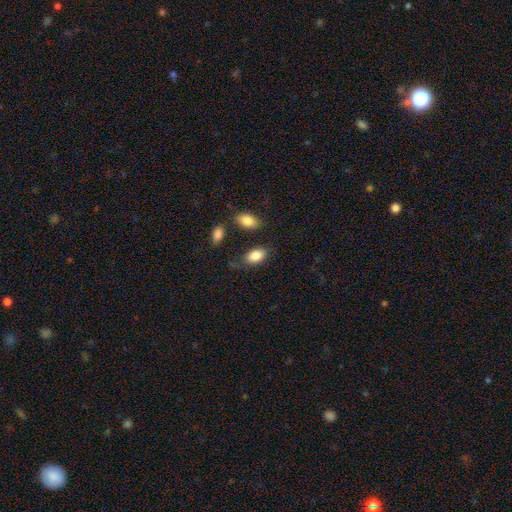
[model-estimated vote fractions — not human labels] Smooth or featured? smooth (86%)
How rounded? in between (90%)
Merging? none (66%)